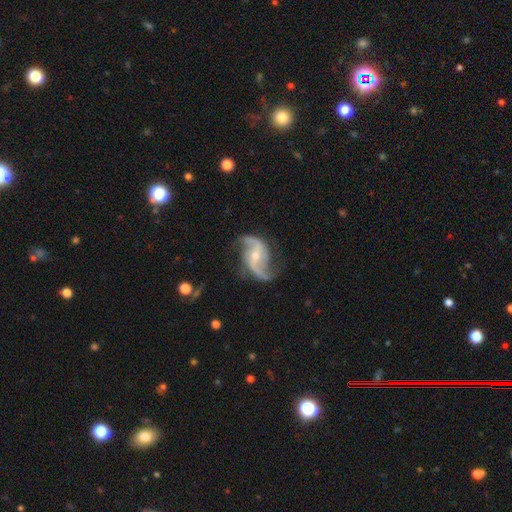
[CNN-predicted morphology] This appears to be a featured or disk galaxy (91%) with no bar (37%), 2 (93%) loose (73%) spiral arms (97%) and a small central bulge (59%). Merging: none (74%).